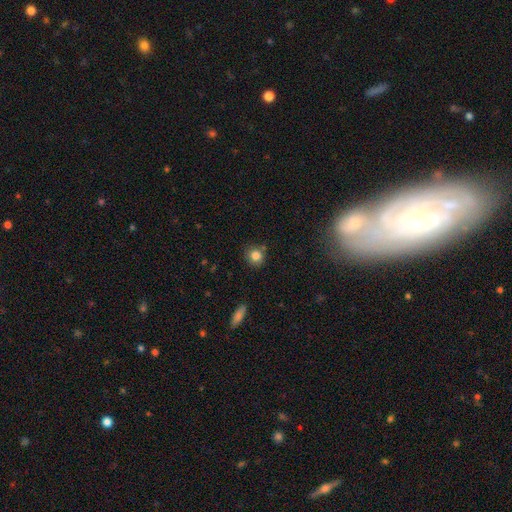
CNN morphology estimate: This appears to be a smooth galaxy with no disk features (83%) that is round (87%). Merging: none (80%).